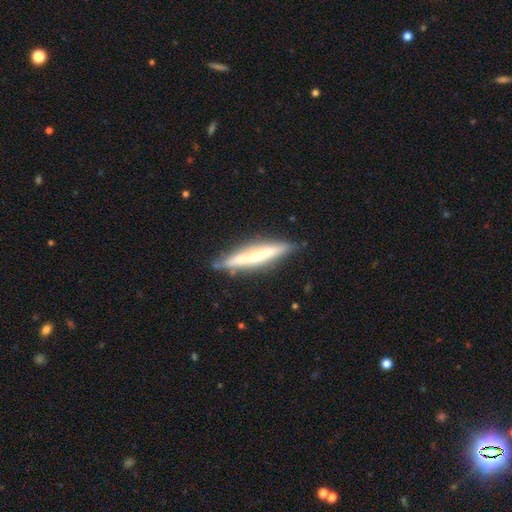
featured or disk 58%, smooth 34%, star or artifact 8%. Down the decision tree: edge-on disk — yes (95%); edge-on bulge — none (48%, tied with rounded); merging — none (97%).